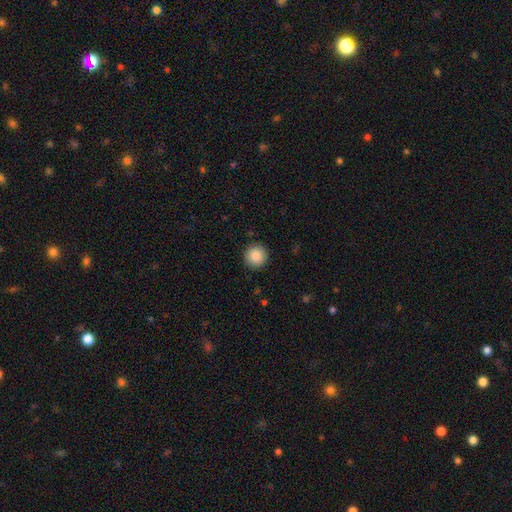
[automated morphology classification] This appears to be a smooth galaxy with no disk features (88%) that is round (95%). Merging: none (91%).